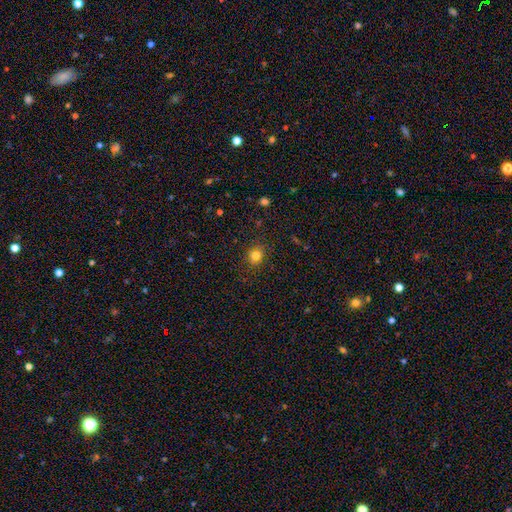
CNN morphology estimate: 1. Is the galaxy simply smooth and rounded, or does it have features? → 81% smooth, 13% star or artifact, 6% featured or disk.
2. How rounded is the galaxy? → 74% round, 25% in between, 1% cigar-shaped.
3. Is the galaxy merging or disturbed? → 87% none, 9% minor disturbance, 3% major disturbance, 1% merger.